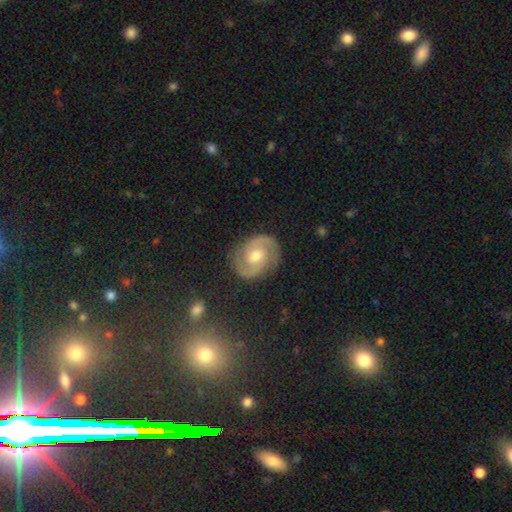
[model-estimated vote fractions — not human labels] Morphology: type=featured or disk (87%); edge-on=no (98%); bar=no (56%); spiral arms=yes (96%); winding=medium (49%); arm count=2 (93%); bulge=moderate (75%); merging=none (86%).